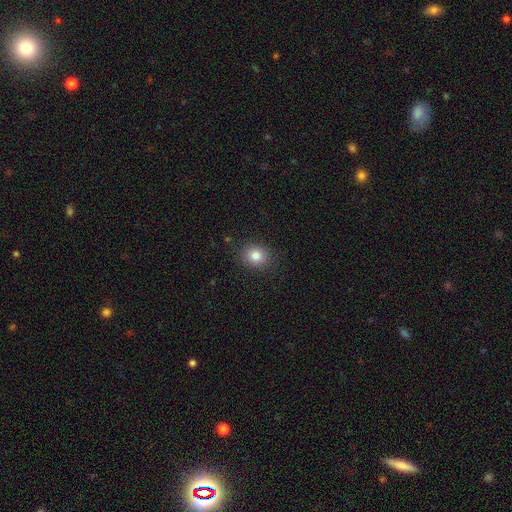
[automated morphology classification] Q: Smooth or featured?
A: smooth (82%); runner-up: star or artifact (11%)
Q: How rounded?
A: round (68%); runner-up: in between (32%)
Q: Merging?
A: none (88%); runner-up: minor disturbance (8%)